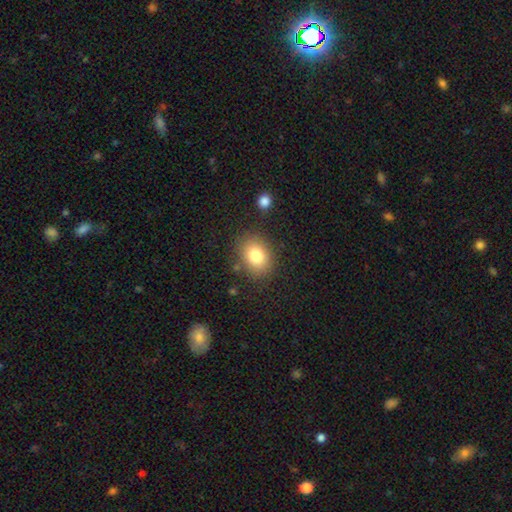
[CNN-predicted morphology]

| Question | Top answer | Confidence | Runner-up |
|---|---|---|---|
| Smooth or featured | smooth | 80% | star or artifact (10%) |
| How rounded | in between | 57% | round (42%) |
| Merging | none | 82% | minor disturbance (11%) |